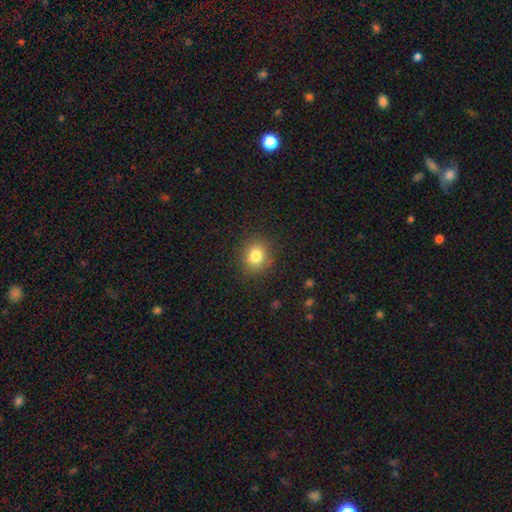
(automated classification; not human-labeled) This is clearly a smooth galaxy (81%). How rounded: likely round (75%). Merging: clearly none (86%).